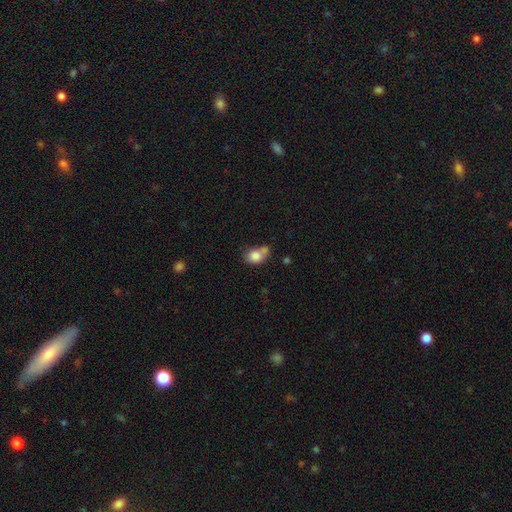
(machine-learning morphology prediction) The model was most divided on "merging": none: 37%, merger: 32%, minor disturbance: 22%, major disturbance: 9%. More confident: smooth or featured — smooth (81%); how rounded — in between (57%).